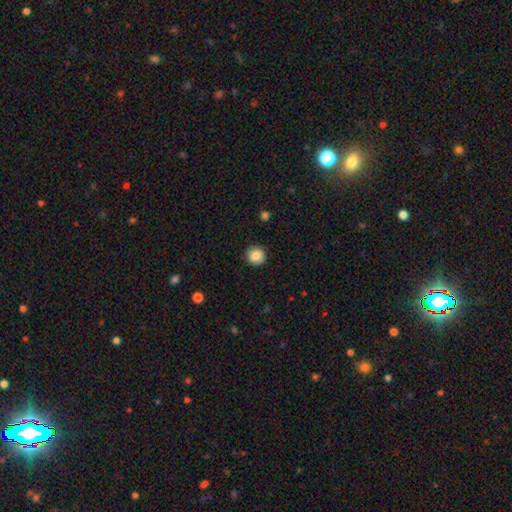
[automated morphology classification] A smooth galaxy with no disk features (86%) that is round (90%). Merging: none (90%).